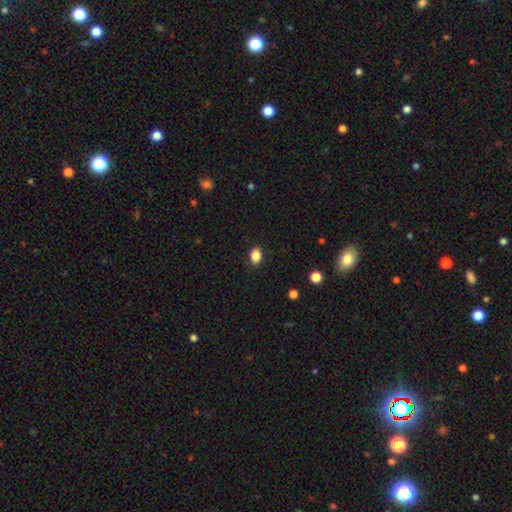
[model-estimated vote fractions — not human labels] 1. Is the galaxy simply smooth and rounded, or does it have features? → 86% smooth, 10% star or artifact, 4% featured or disk.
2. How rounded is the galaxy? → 75% in between, 23% round, 1% cigar-shaped.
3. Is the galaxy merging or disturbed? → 88% none, 9% minor disturbance, 2% major disturbance, 1% merger.